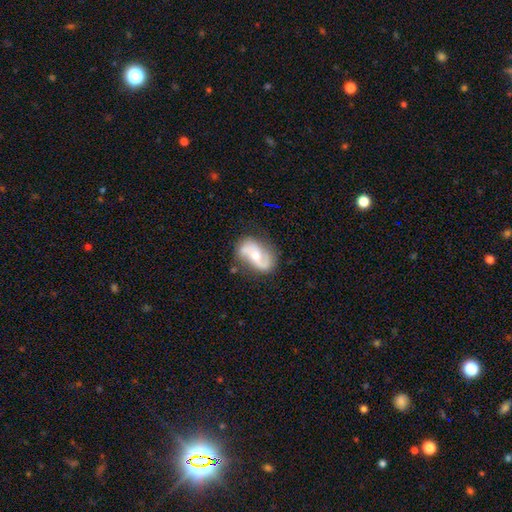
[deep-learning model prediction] Overall: featured or disk (78%). Edge-on disk: no (97%). Bar: no (49%; weak 36%). Spiral arms: yes (93%). Spiral arm count: 2 (90%). Spiral winding: loose (53%; medium 35%). Bulge size: moderate (57%; small 37%). Merging: none (72%).